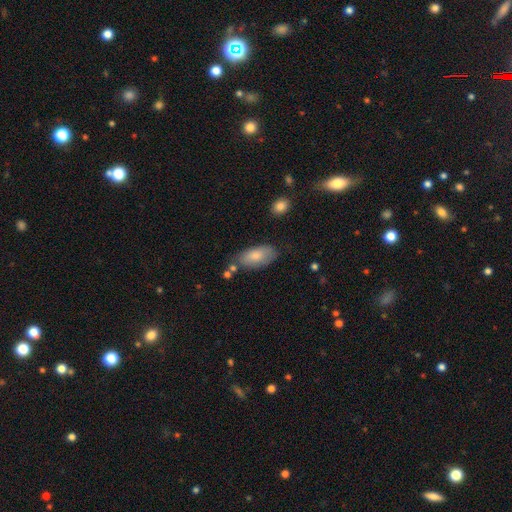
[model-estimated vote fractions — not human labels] The model was most divided on "merging": none: 66%, minor disturbance: 22%, merger: 6%, major disturbance: 5%. More confident: how rounded — in between (93%); smooth or featured — smooth (79%).